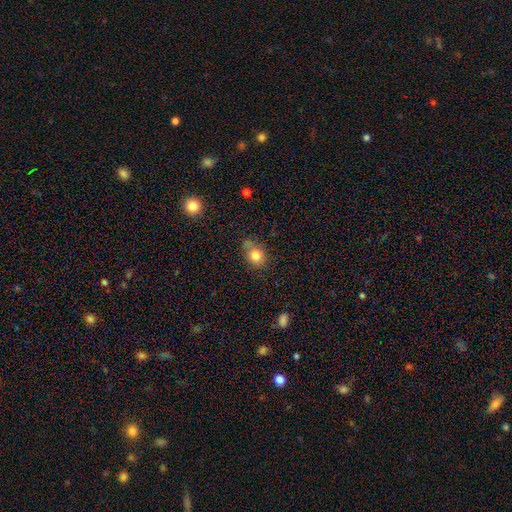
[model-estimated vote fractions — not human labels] A smooth galaxy with no disk features (81%) that is round (57%).

Vote fractions:
- Smooth or featured? smooth: 81% / star or artifact: 11% / featured or disk: 9%
- How rounded? round: 57% / in between: 42% / cigar-shaped: 1%
- Merging? none: 60% / minor disturbance: 25% / merger: 8% / major disturbance: 7%